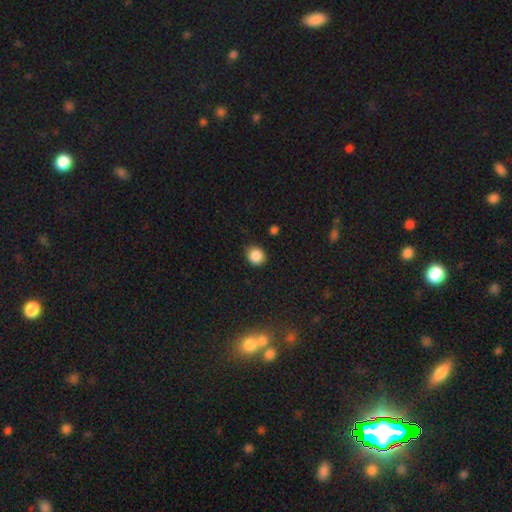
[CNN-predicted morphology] smooth_or_featured: smooth (p=0.87) [alt: star or artifact p=0.10]
how_rounded: round (p=0.80) [alt: in between p=0.19]
merging: none (p=0.80) [alt: minor disturbance p=0.15]